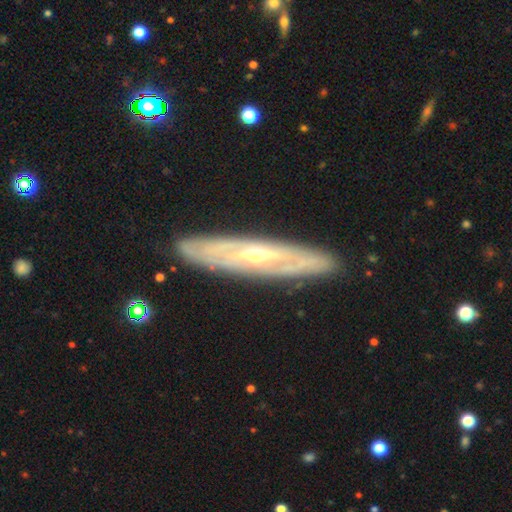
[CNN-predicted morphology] smooth-or-featured: featured or disk: 81% | smooth: 15% | star or artifact: 4%
  disk-edge-on: no: 59% | yes: 41%
  merging: none: 85% | minor disturbance: 10% | major disturbance: 3% | merger: 1%